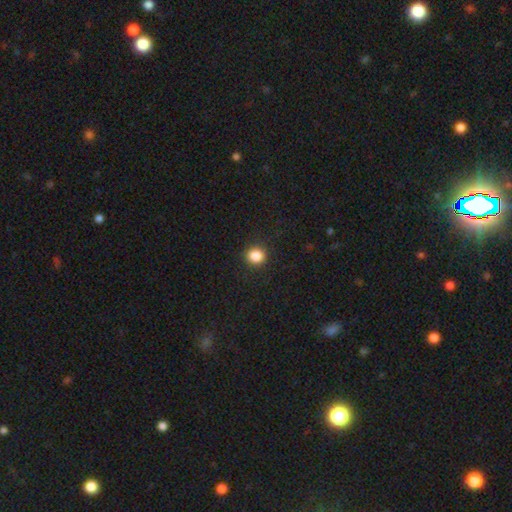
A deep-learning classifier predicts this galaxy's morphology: This appears to be a smooth galaxy with no disk features (86%) that is round (84%). Merging: none (90%).